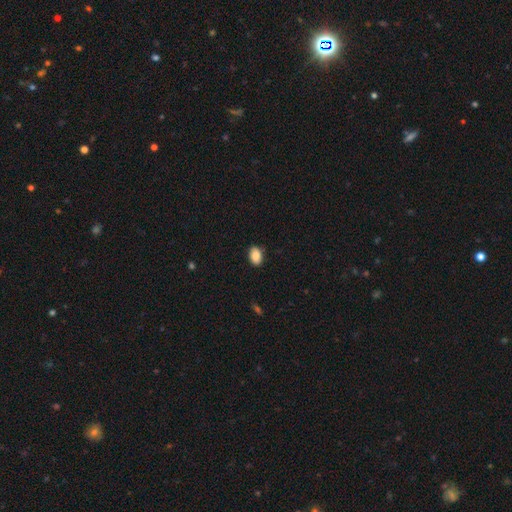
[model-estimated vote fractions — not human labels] This appears to be a smooth galaxy with no disk features (88%) that is in between round and cigar-shaped (86%). Merging: none (86%).